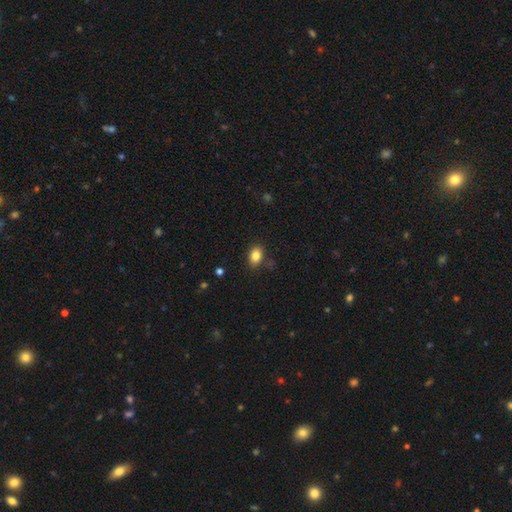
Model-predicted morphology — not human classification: Smooth or featured?
  - smooth: 84% *
  - star or artifact: 10%
  - featured or disk: 6%
How rounded?
  - in between: 78% *
  - round: 21%
  - cigar-shaped: 1%
Merging?
  - none: 81% *
  - minor disturbance: 13%
  - major disturbance: 3%
  - merger: 2%